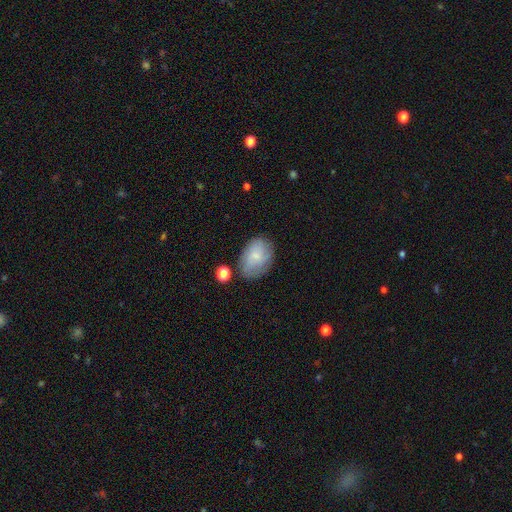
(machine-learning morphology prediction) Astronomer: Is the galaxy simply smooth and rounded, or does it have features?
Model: smooth — 65%.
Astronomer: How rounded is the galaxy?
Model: in between — 79%.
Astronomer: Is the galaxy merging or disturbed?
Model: none — 69%.